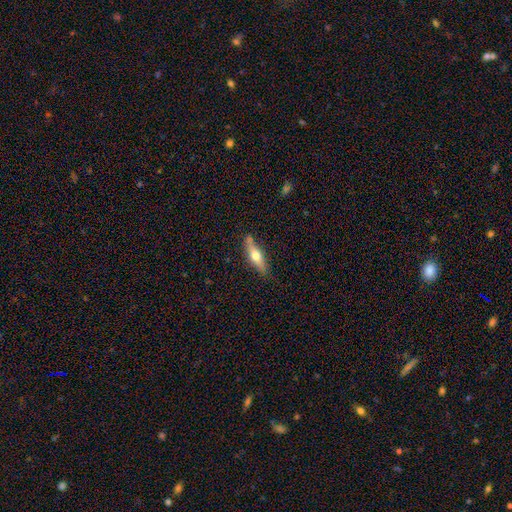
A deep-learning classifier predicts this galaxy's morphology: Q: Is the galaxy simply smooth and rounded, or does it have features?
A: smooth — 49%.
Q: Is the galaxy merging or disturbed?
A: none — 79%.